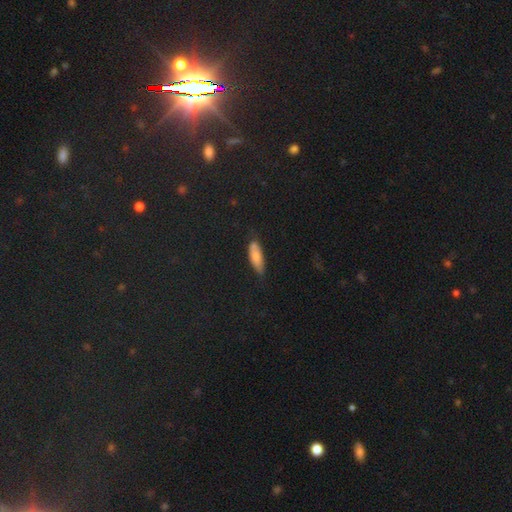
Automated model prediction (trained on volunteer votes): Smooth or featured? Predicted: smooth (p=0.73). How rounded? Predicted: in between (p=0.64). Merging? Predicted: none (p=0.64).